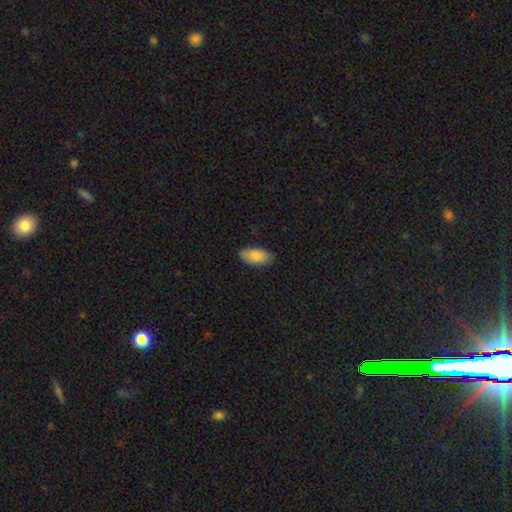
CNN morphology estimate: smooth-or-featured: smooth: 84% | featured or disk: 9% | star or artifact: 6%
  how-rounded: in between: 93% | cigar-shaped: 4% | round: 2%
  merging: none: 83% | minor disturbance: 14% | major disturbance: 2% | merger: 1%